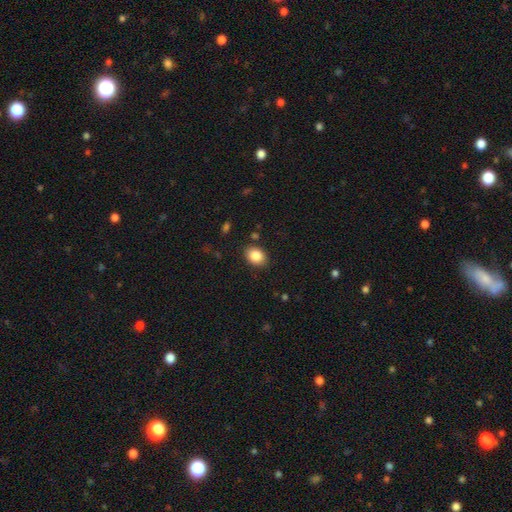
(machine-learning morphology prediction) A smooth galaxy with no disk features (86%) that is in between round and cigar-shaped (63%). Merging: none (86%).